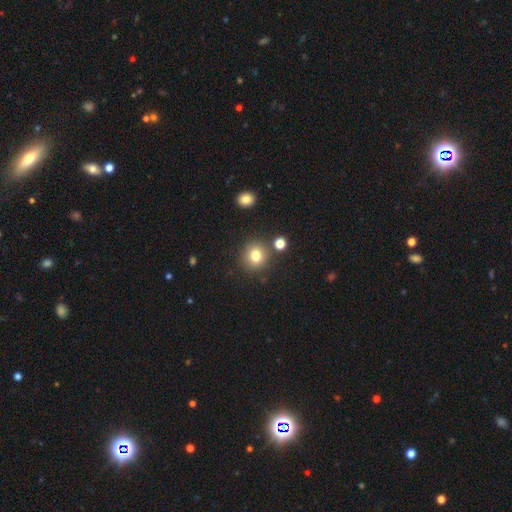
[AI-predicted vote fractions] smooth-or-featured: smooth: 80% | star or artifact: 13% | featured or disk: 8%
  how-rounded: round: 88% | in between: 11% | cigar-shaped: 1%
  merging: none: 83% | minor disturbance: 8% | merger: 6% | major disturbance: 3%